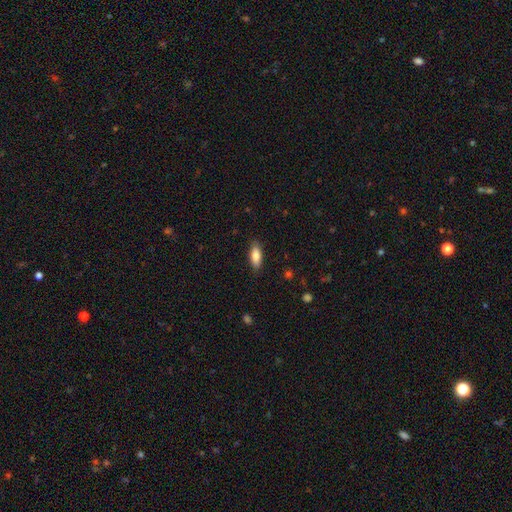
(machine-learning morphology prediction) smooth 83%, featured or disk 10%, star or artifact 6%. Down the decision tree: how rounded — in between (70%); merging — none (86%).